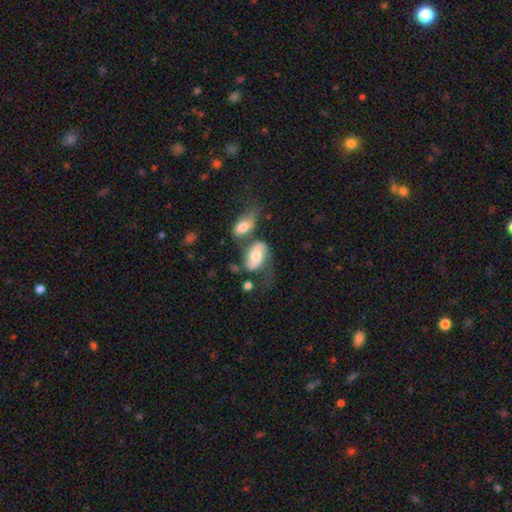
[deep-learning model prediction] Overall: featured or disk (52%; smooth 41%). Edge-on disk: no (94%). Merging: merger (38%; none 30%).